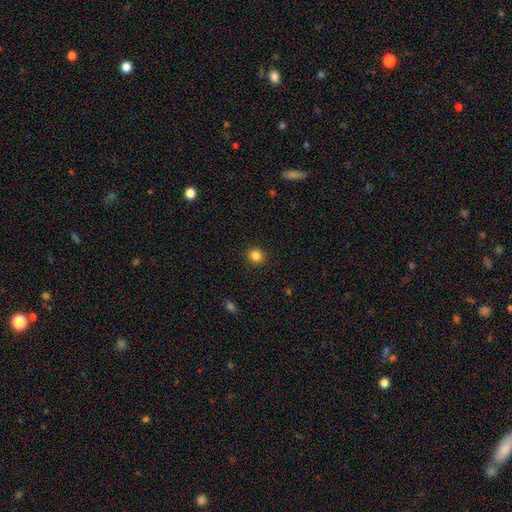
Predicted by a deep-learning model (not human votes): This appears to be a smooth galaxy with no disk features (84%) that is round (88%). Merging: none (91%).